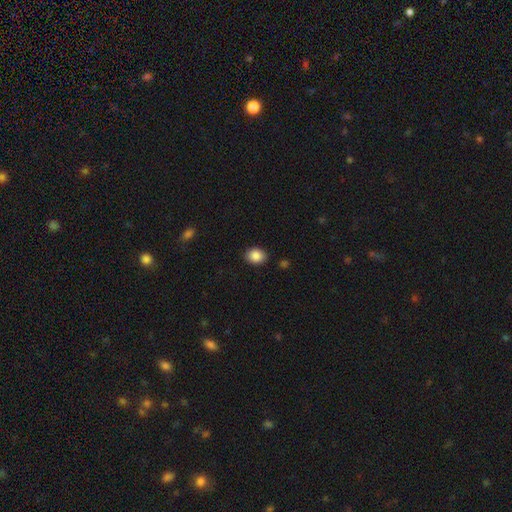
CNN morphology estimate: A smooth galaxy with no disk features (87%) that is in between round and cigar-shaped (52%). Merging: none (88%).